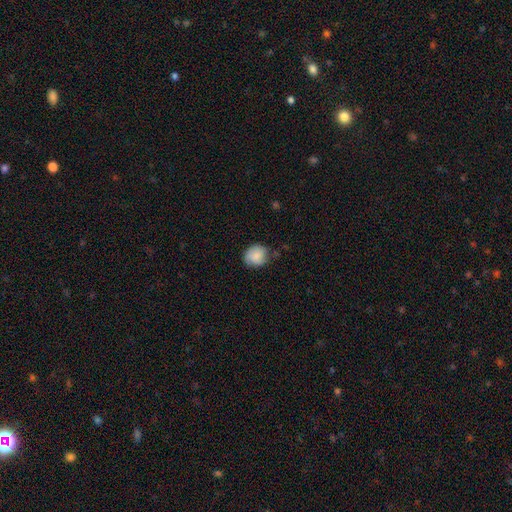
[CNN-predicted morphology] The model was most divided on "merging": none: 64%, minor disturbance: 28%, major disturbance: 6%, merger: 2%. More confident: smooth or featured — smooth (80%); how rounded — round (71%).